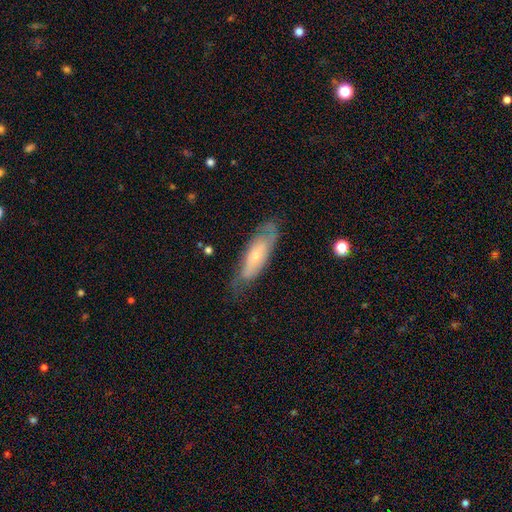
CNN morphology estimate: A featured or disk galaxy (50%).

Vote fractions:
- Smooth or featured? featured or disk: 50% / smooth: 44% / star or artifact: 6%
- Merging? none: 64% / minor disturbance: 25% / major disturbance: 9% / merger: 2%